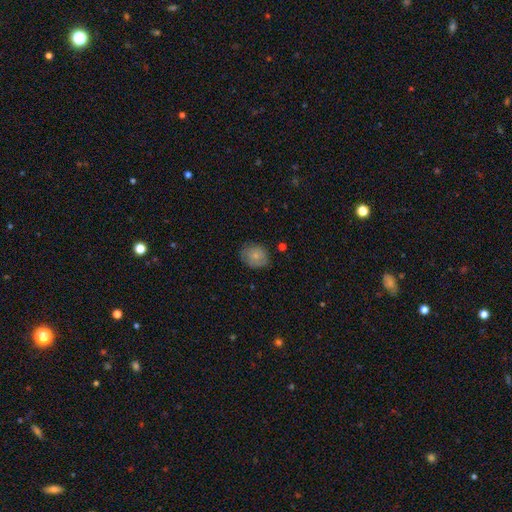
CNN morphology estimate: smooth_or_featured: smooth (p=0.74) [alt: featured or disk p=0.18]
how_rounded: round (p=0.59) [alt: in between p=0.40]
merging: none (p=0.74) [alt: minor disturbance p=0.20]